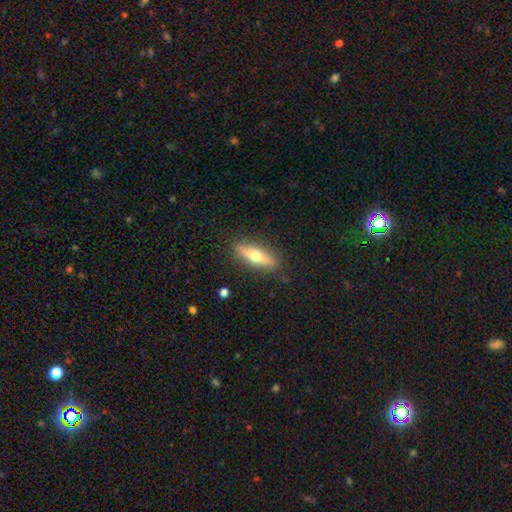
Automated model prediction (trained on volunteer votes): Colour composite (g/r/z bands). It shows a smooth galaxy with no disk features (51%) that is cigar-shaped (59%). Merging: none (87%).